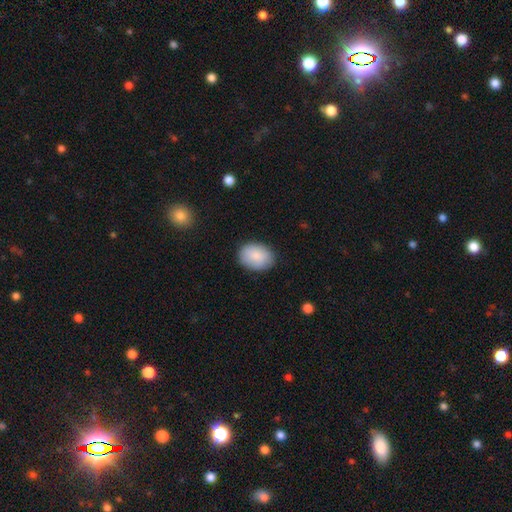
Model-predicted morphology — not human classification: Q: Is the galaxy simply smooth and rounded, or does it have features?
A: smooth — 87%.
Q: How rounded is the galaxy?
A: in between — 73%.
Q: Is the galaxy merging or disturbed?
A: none — 85%.